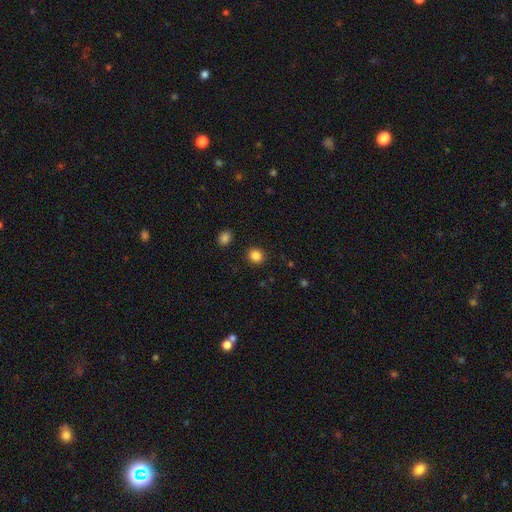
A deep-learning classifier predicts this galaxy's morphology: A smooth galaxy with no disk features (85%) that is round (86%). Merging: none (91%).